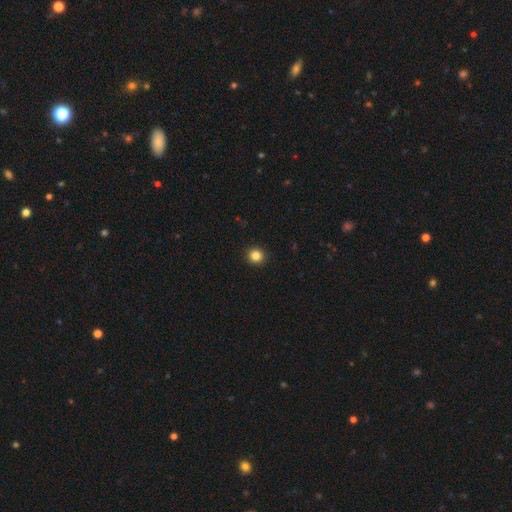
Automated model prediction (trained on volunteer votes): This appears to be a smooth galaxy with no disk features (85%) that is round (93%). Merging: none (93%).